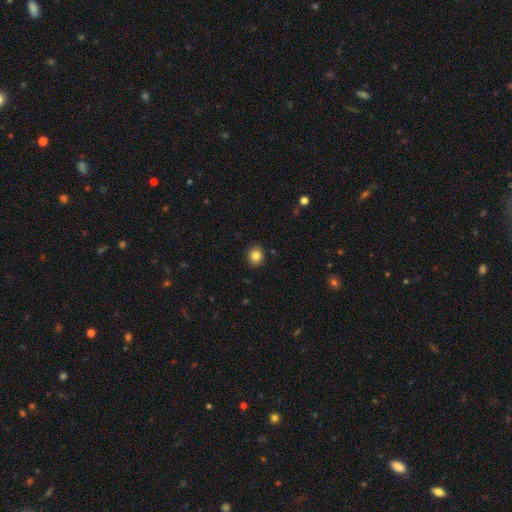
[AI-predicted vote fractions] smooth-or-featured: smooth: 84% | star or artifact: 11% | featured or disk: 6%
  how-rounded: round: 81% | in between: 19% | cigar-shaped: 1%
  merging: none: 91% | minor disturbance: 6% | major disturbance: 2% | merger: 1%